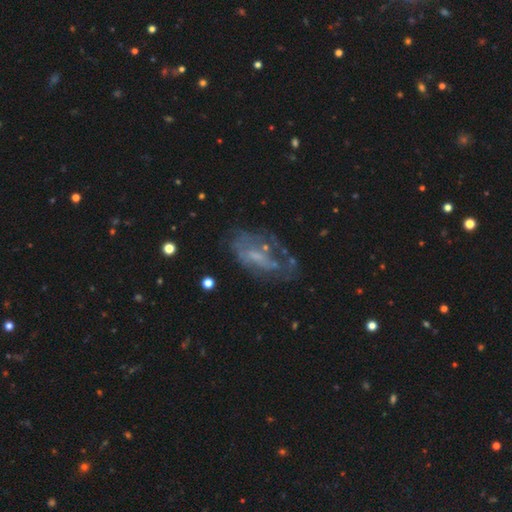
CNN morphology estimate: Q: Smooth or featured?
A: featured or disk (64%); runner-up: smooth (25%)
Q: Edge-on disk?
A: no (94%); runner-up: yes (6%)
Q: Bar?
A: no (55%); runner-up: weak (34%)
Q: Spiral arms?
A: no (51%); runner-up: yes (49%)
Q: Bulge size?
A: small (38%); runner-up: none (35%)
Q: Merging?
A: none (44%); runner-up: major disturbance (29%)